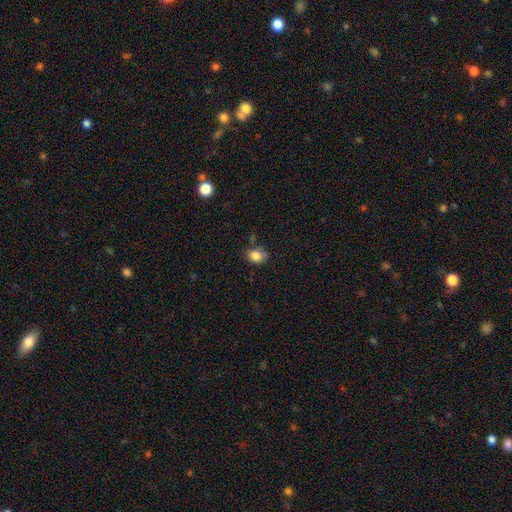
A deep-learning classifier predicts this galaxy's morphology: Smooth or featured: smooth — 83% (star or artifact — 10%)
How rounded: in between — 55% (round — 44%)
Merging: none — 62% (minor disturbance — 25%)